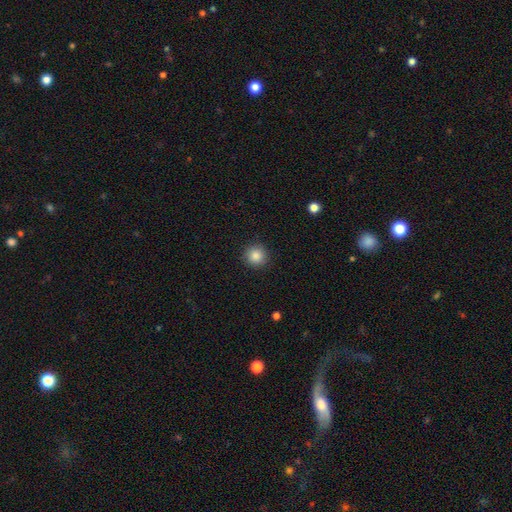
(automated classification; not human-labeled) Smooth or featured? Predicted: smooth (p=0.86). How rounded? Predicted: round (p=0.95). Merging? Predicted: none (p=0.91).